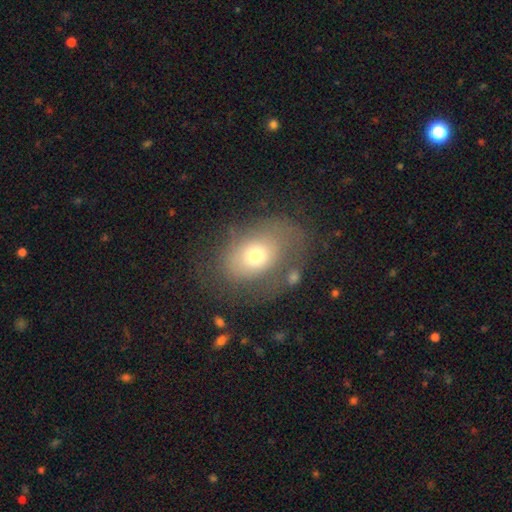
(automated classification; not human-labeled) A smooth galaxy with no disk features (62%) that is in between round and cigar-shaped (67%). Merging: none (53%).